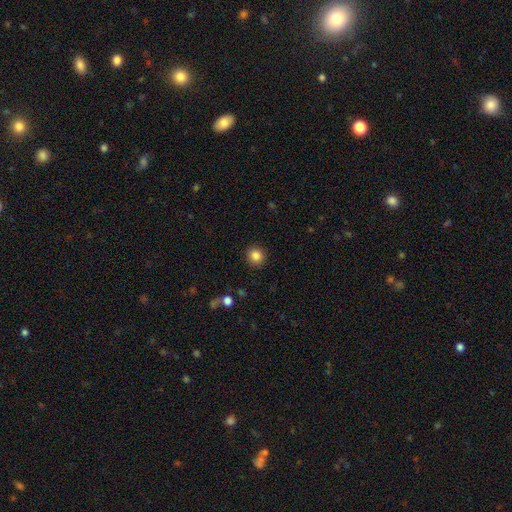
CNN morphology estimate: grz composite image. It shows a smooth galaxy with no disk features (85%) that is round (87%). Merging: none (91%).